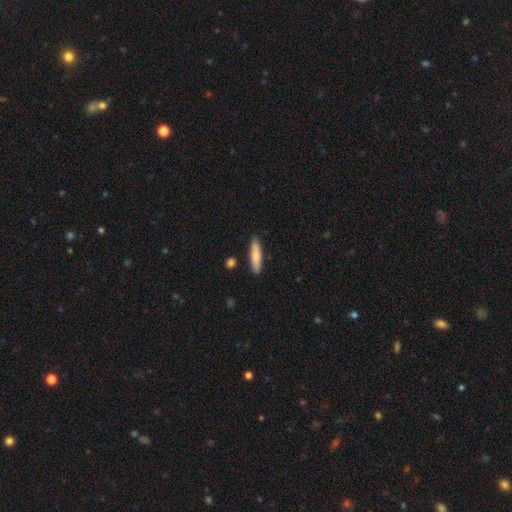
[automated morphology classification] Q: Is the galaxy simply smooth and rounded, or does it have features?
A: smooth — 82%.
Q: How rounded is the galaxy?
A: cigar-shaped — 76%.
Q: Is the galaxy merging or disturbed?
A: none — 87%.